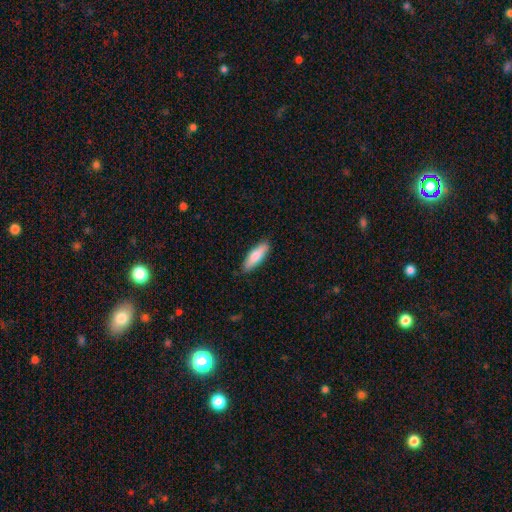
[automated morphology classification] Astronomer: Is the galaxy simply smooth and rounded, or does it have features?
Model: smooth — 78%.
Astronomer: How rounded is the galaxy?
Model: cigar-shaped — 51% (runner-up: in between, 48%).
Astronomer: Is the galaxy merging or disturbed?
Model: none — 87%.